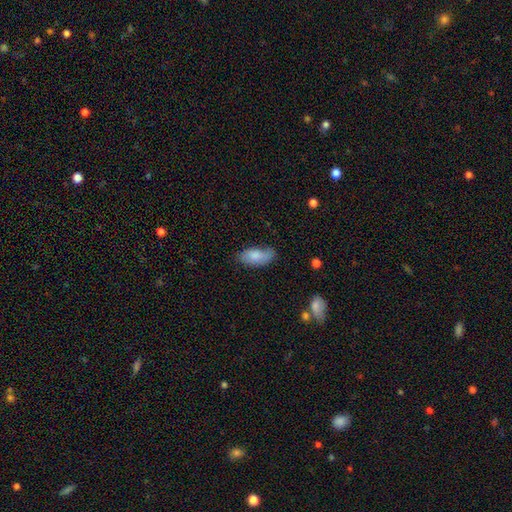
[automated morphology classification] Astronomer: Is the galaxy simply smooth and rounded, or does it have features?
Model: smooth — 79%.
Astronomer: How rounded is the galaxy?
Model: in between — 88%.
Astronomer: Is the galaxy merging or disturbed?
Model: none — 66%.